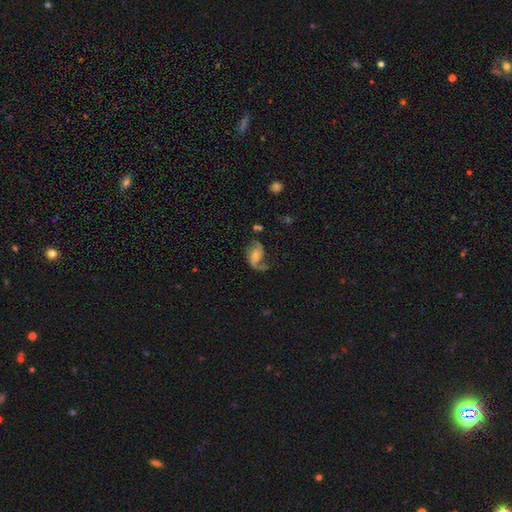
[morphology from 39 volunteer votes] This is likely a featured or disk galaxy (79%). It is clearly not viewed edge-on (90%). Bar: possibly no (46%). Spiral arm pattern: clearly yes (100%). Spiral arm count: likely 2 (79%). Spiral winding: likely loose (64%). Central bulge: possibly small (54%). Merging: possibly none (50%).